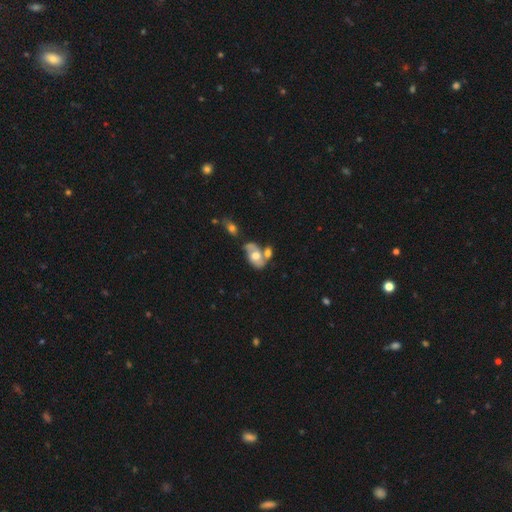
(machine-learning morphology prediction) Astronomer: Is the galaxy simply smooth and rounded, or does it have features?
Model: featured or disk — 47% (runner-up: smooth, 45%).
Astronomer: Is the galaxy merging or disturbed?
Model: merger — 46% (runner-up: none, 29%).